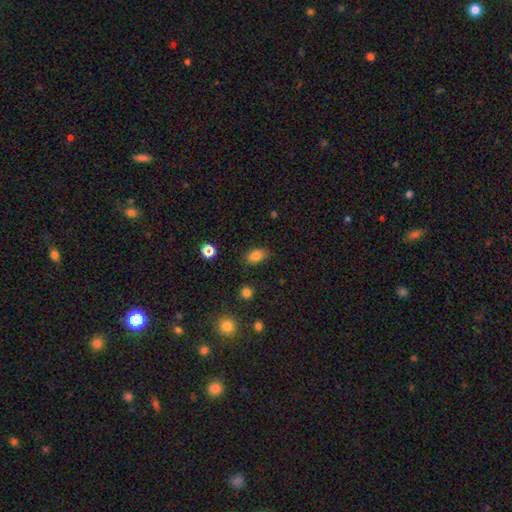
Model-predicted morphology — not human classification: Smooth or featured: smooth — 83% (star or artifact — 10%)
How rounded: in between — 84% (round — 13%)
Merging: none — 82% (minor disturbance — 13%)